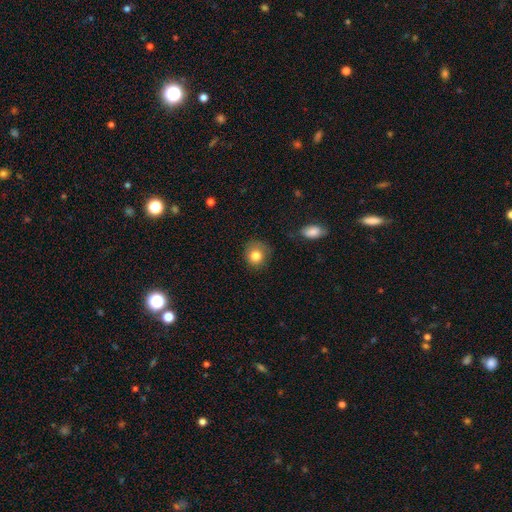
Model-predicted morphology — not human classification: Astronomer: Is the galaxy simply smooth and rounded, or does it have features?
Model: smooth — 81%.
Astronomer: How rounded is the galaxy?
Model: round — 80%.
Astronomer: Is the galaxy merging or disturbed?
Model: none — 66%.